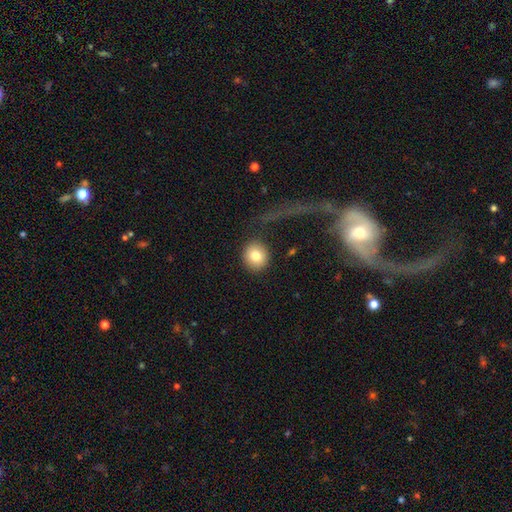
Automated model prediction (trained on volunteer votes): The model was most divided on "smooth or featured": smooth: 81%, featured or disk: 10%, star or artifact: 9%. More confident: how rounded — round (91%); merging — none (85%).